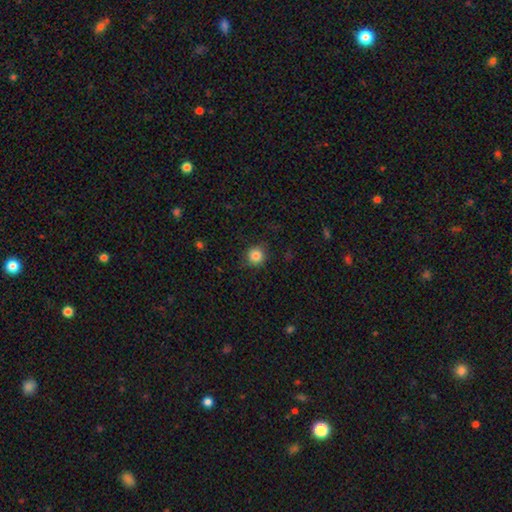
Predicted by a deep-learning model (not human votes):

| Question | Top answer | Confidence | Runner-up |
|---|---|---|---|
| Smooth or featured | smooth | 85% | star or artifact (10%) |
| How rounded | round | 92% | in between (7%) |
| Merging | none | 86% | minor disturbance (10%) |